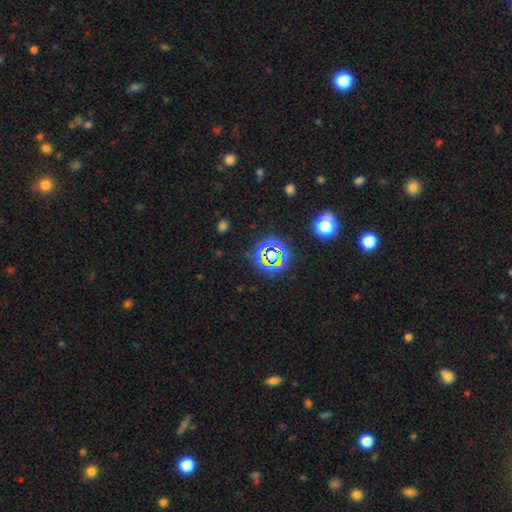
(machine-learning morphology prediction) star or artifact 62%, smooth 30%, featured or disk 8%.